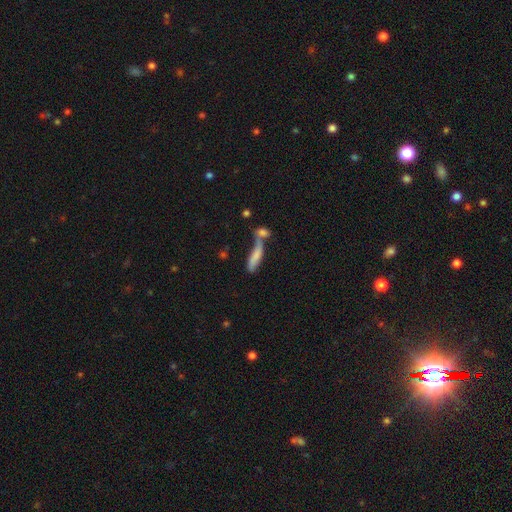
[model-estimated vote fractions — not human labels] Morphology: type=smooth (73%); roundness=cigar-shaped (65%); merging=merger (46%).